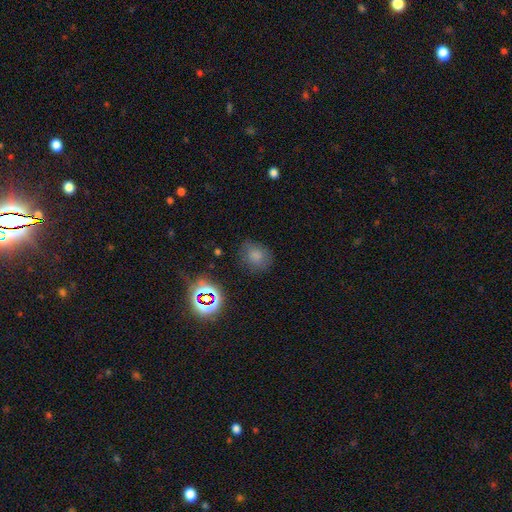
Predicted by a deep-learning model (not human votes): smooth_or_featured: smooth (p=0.74) [alt: star or artifact p=0.18]
how_rounded: round (p=0.61) [alt: in between p=0.38]
merging: none (p=0.74) [alt: minor disturbance p=0.18]